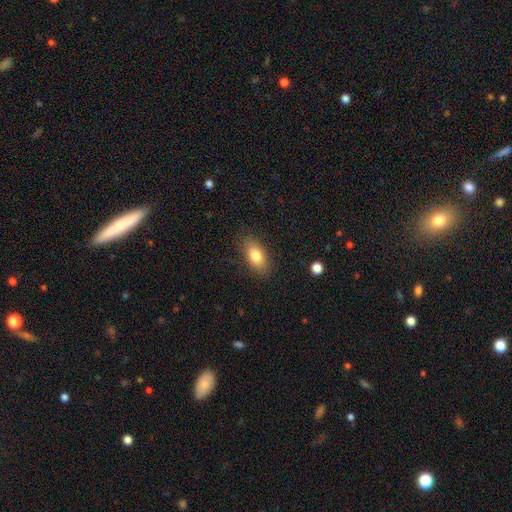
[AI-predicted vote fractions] smooth-or-featured: smooth: 81% | featured or disk: 11% | star or artifact: 8%
  how-rounded: in between: 89% | round: 6% | cigar-shaped: 5%
  merging: none: 84% | minor disturbance: 11% | major disturbance: 3% | merger: 1%